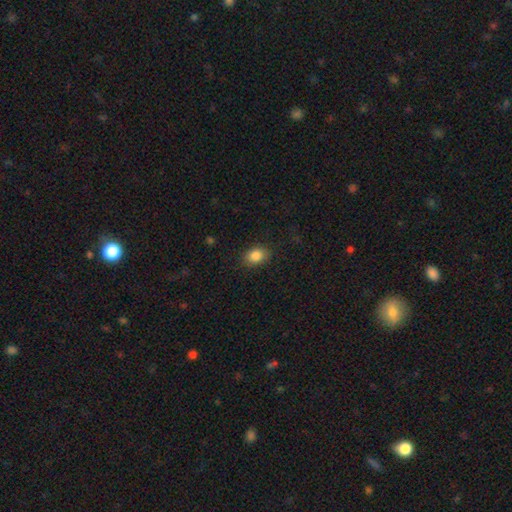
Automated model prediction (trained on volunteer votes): Smooth or featured: smooth — 86% (star or artifact — 9%)
How rounded: in between — 70% (round — 29%)
Merging: none — 85% (minor disturbance — 11%)